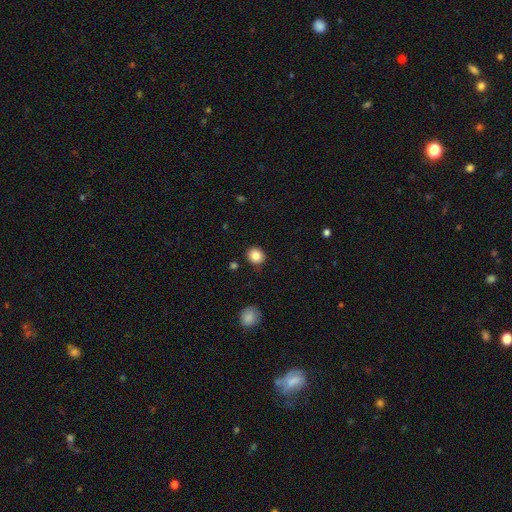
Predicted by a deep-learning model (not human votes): Q: Smooth or featured?
A: smooth (86%); runner-up: star or artifact (10%)
Q: How rounded?
A: round (83%); runner-up: in between (16%)
Q: Merging?
A: none (87%); runner-up: minor disturbance (8%)